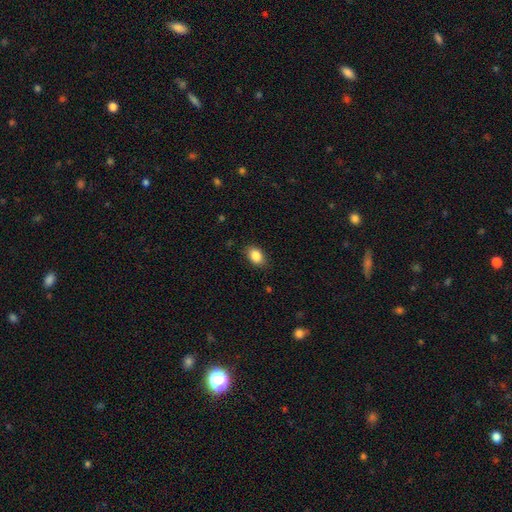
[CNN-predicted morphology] Smooth or featured? Predicted: smooth (p=0.87). How rounded? Predicted: in between (p=0.85). Merging? Predicted: none (p=0.85).